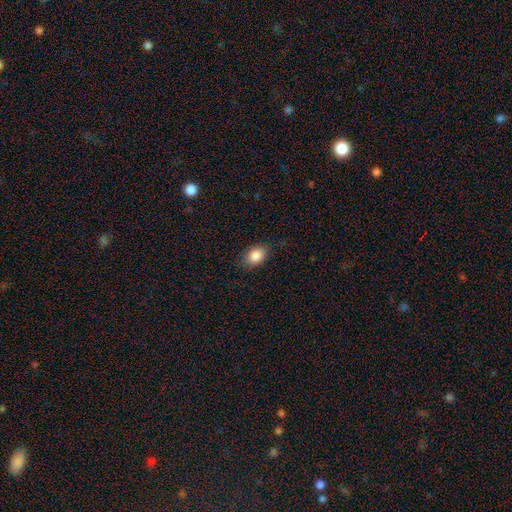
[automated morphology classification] Smooth or featured?
  - smooth: 87% *
  - star or artifact: 8%
  - featured or disk: 5%
How rounded?
  - in between: 78% *
  - round: 20%
  - cigar-shaped: 1%
Merging?
  - none: 83% *
  - minor disturbance: 13%
  - major disturbance: 3%
  - merger: 1%